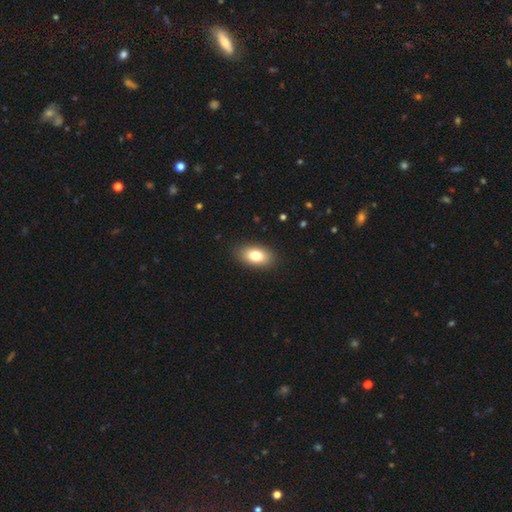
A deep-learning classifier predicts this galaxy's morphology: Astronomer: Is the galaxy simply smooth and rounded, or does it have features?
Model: smooth — 81%.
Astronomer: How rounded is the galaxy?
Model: in between — 91%.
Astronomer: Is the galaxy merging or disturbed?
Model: none — 89%.